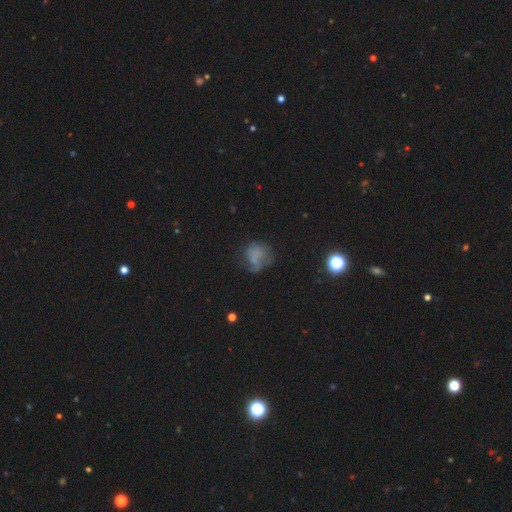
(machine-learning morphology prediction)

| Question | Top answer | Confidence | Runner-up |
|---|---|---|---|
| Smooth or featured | smooth | 58% | featured or disk (25%) |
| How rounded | round | 65% | in between (33%) |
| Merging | none | 43% | minor disturbance (28%) |